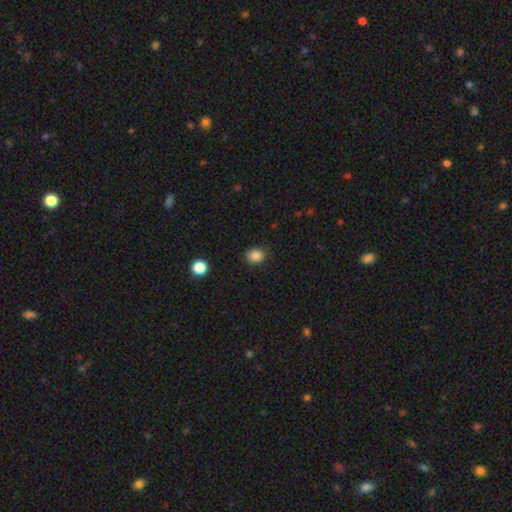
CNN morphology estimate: smooth-or-featured: smooth: 86% | star or artifact: 11% | featured or disk: 3%
  how-rounded: round: 63% | in between: 36% | cigar-shaped: 1%
  merging: none: 88% | minor disturbance: 9% | major disturbance: 2% | merger: 1%